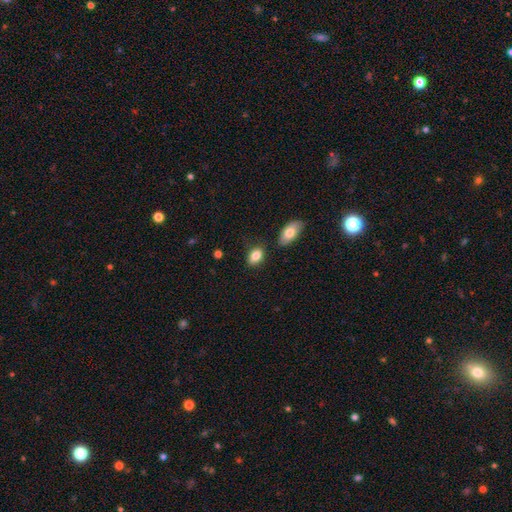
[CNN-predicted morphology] Overall: smooth (84%). How rounded: in between (86%). Merging: none (74%).